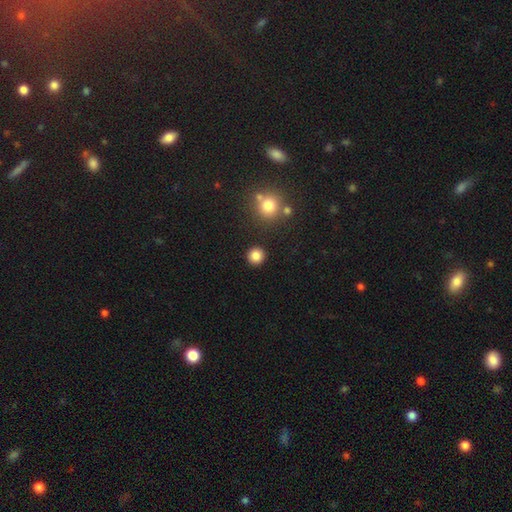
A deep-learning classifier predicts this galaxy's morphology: type=smooth (84%); roundness=round (93%); merging=none (91%).